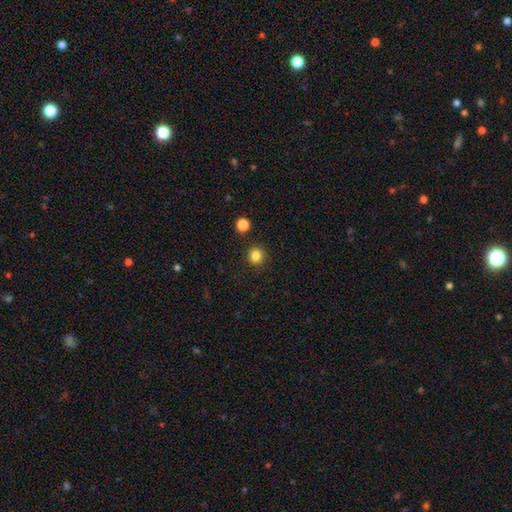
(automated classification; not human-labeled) Smooth or featured: smooth — 83% (star or artifact — 12%)
How rounded: round — 93% (in between — 6%)
Merging: none — 91% (minor disturbance — 5%)